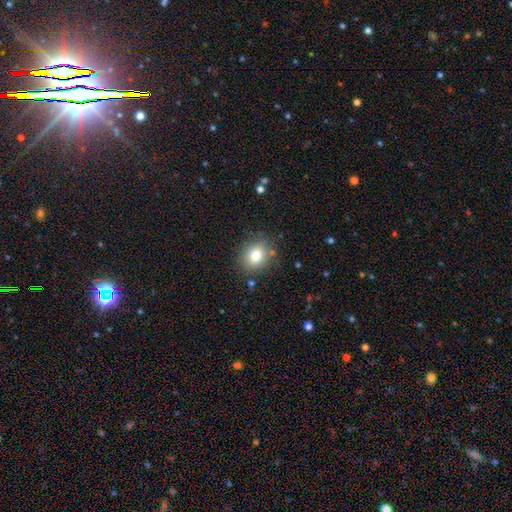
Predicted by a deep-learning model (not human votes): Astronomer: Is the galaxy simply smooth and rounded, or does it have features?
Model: smooth — 80%.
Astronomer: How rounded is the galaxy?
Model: round — 61% (runner-up: in between, 38%).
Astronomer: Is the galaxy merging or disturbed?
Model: none — 82%.